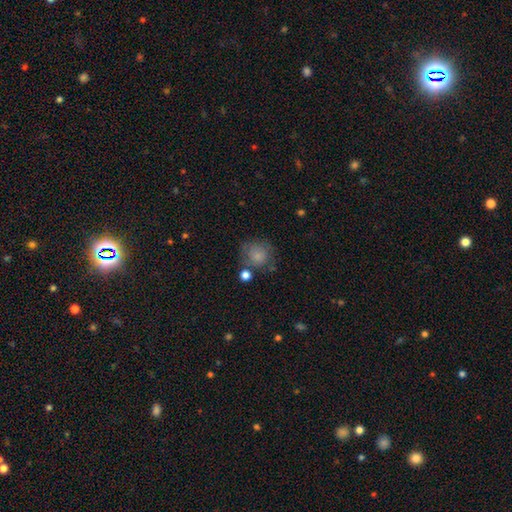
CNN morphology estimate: This is likely a smooth galaxy (75%). How rounded: clearly round (85%). Merging: likely none (61%).